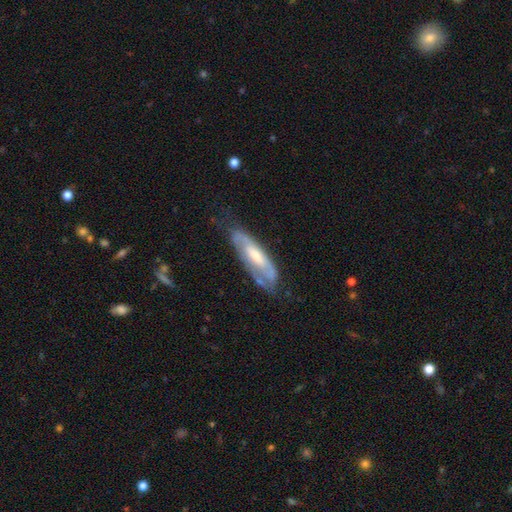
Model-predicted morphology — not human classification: Smooth or featured? featured or disk (70%)
Edge-on disk? no (74%)
Bar? no (45%)
Spiral arms? yes (78%)
Bulge size? moderate (48%)
Merging? none (57%)